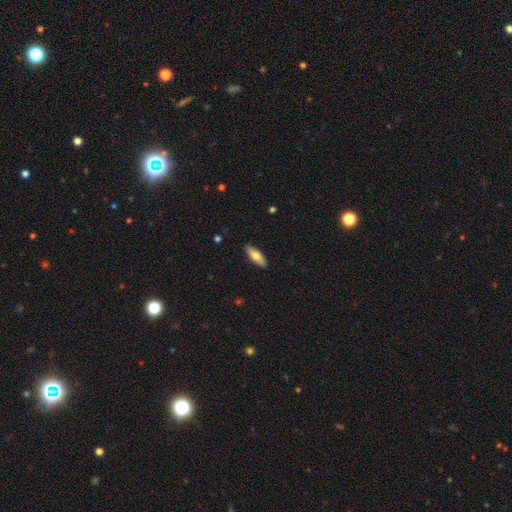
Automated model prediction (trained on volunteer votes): smooth_or_featured: smooth (p=0.67) [alt: featured or disk p=0.27]
how_rounded: in between (p=0.61) [alt: cigar-shaped p=0.37]
merging: none (p=0.89) [alt: minor disturbance p=0.08]